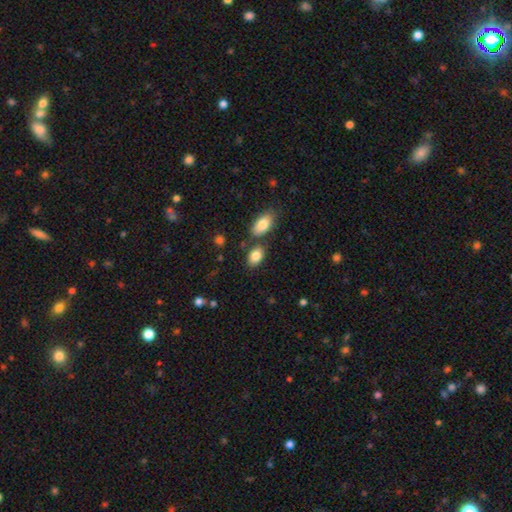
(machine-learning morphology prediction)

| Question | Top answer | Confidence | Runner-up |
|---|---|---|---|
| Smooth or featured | smooth | 85% | star or artifact (8%) |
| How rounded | in between | 89% | round (9%) |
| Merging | none | 67% | merger (17%) |